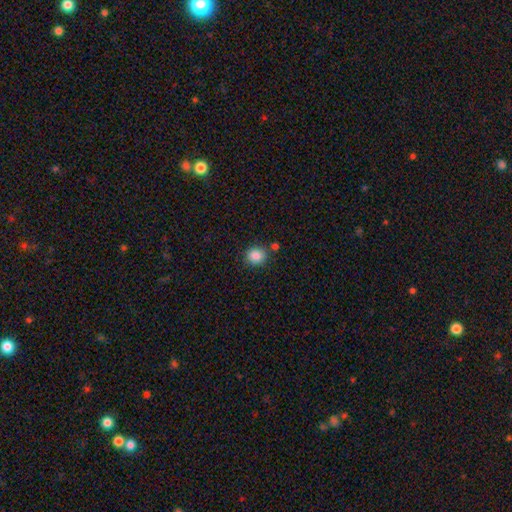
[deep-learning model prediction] This is clearly a smooth galaxy (86%). How rounded: clearly round (81%). Merging: likely none (79%).